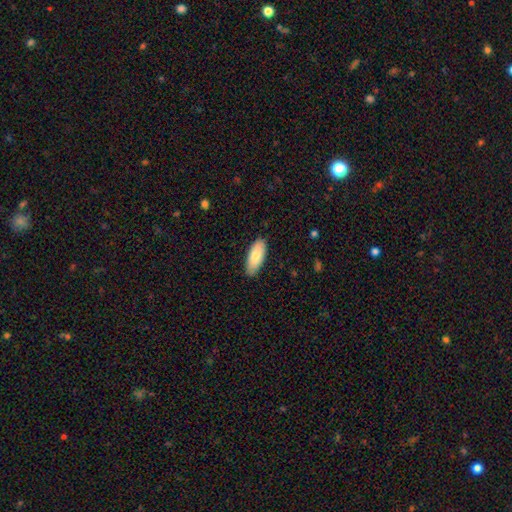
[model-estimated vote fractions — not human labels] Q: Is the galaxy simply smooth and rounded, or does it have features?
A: smooth — 83%.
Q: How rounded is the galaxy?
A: in between — 81%.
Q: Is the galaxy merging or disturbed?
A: none — 85%.